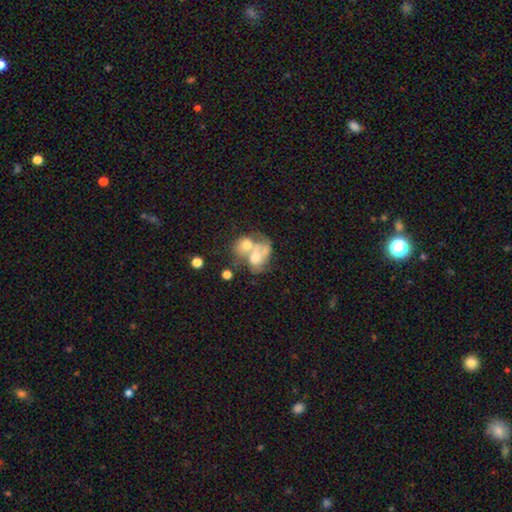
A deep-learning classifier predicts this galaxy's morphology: Smooth or featured: featured or disk — 51% (smooth — 40%)
Edge-on disk: no — 97% (yes — 3%)
Merging: merger — 73% (none — 11%)